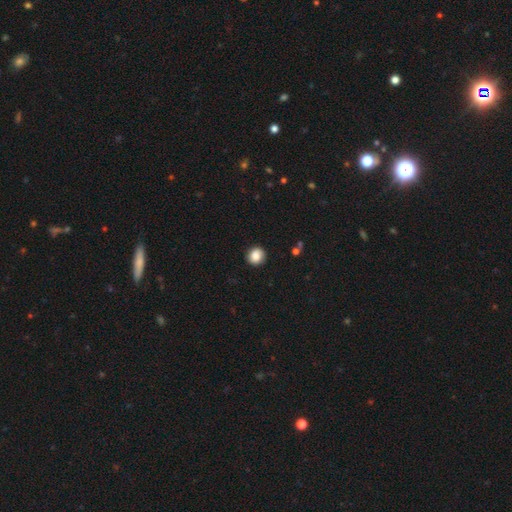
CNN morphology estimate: smooth-or-featured: smooth: 85% | star or artifact: 9% | featured or disk: 6%
  how-rounded: round: 87% | in between: 12% | cigar-shaped: 1%
  merging: none: 88% | minor disturbance: 9% | major disturbance: 2% | merger: 1%